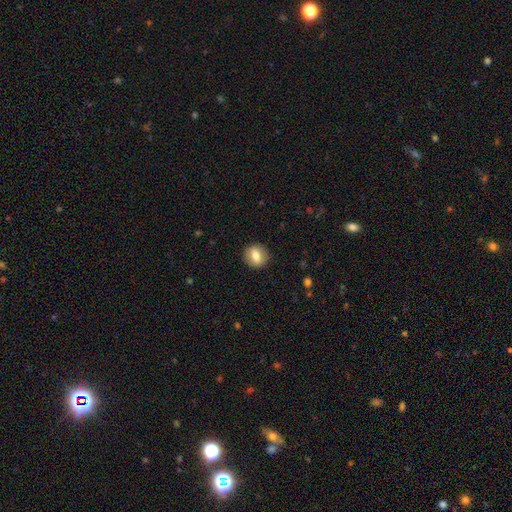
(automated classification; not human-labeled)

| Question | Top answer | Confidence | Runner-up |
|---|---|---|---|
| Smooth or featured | smooth | 68% | featured or disk (24%) |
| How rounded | round | 67% | in between (31%) |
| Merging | none | 88% | minor disturbance (8%) |